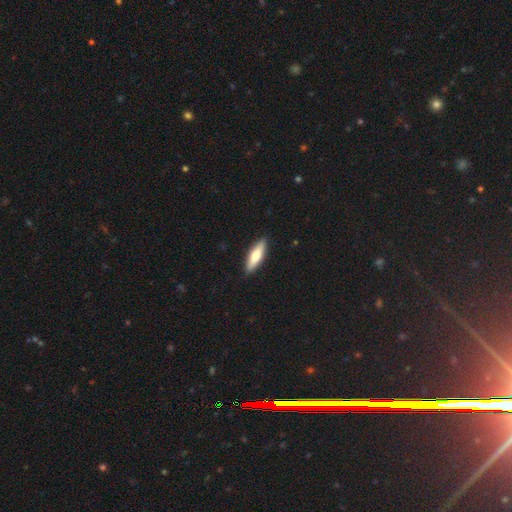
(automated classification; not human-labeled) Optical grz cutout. It shows a smooth galaxy with no disk features (66%) that is cigar-shaped (59%). Merging: none (89%).